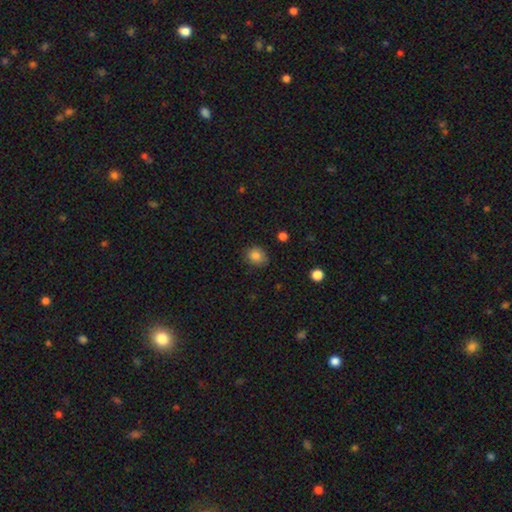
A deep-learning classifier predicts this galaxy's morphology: Smooth or featured: smooth — 85% (star or artifact — 10%)
How rounded: round — 67% (in between — 32%)
Merging: none — 81% (minor disturbance — 14%)